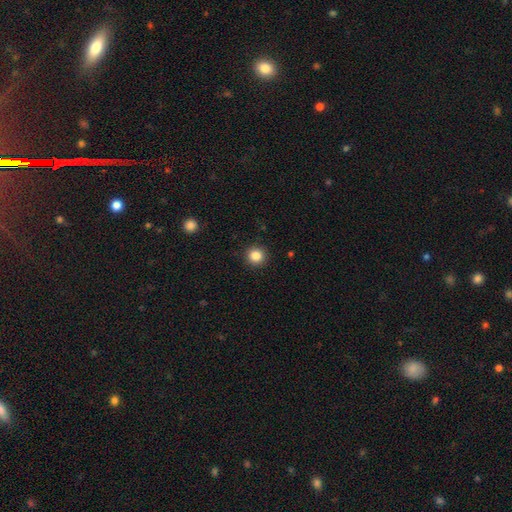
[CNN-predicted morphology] Smooth or featured: smooth — 84% (star or artifact — 11%)
How rounded: round — 94% (in between — 6%)
Merging: none — 92% (minor disturbance — 5%)